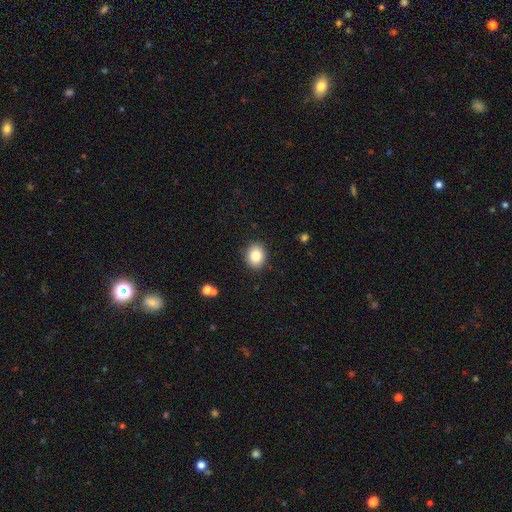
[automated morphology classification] Overall: smooth (84%). How rounded: round (55%; in between 44%). Merging: none (89%).